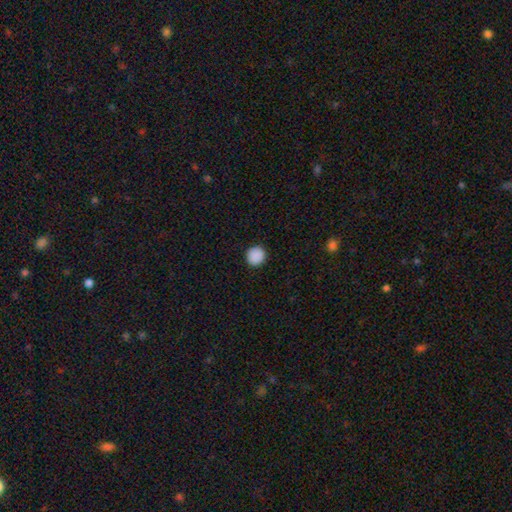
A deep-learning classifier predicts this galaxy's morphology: smooth_or_featured: smooth (p=0.90) [alt: star or artifact p=0.08]
how_rounded: round (p=0.93) [alt: in between p=0.06]
merging: none (p=0.93) [alt: minor disturbance p=0.05]